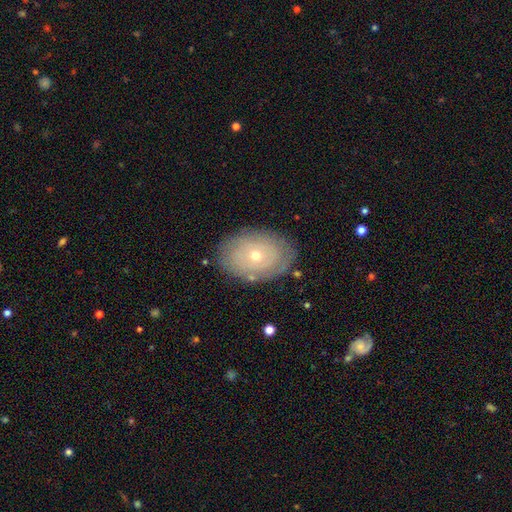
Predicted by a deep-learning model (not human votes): Smooth or featured: featured or disk — 57% (smooth — 36%)
Edge-on disk: no — 93% (yes — 7%)
Bar: no — 89% (weak — 9%)
Spiral arms: no — 54% (yes — 46%)
Bulge size: small — 55% (moderate — 42%)
Merging: none — 79% (minor disturbance — 14%)